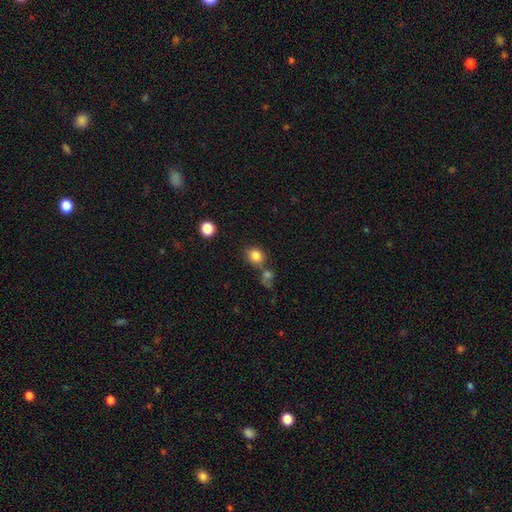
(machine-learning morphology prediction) This appears to be a smooth galaxy with no disk features (83%) that is round (69%). Merging: none (63%).